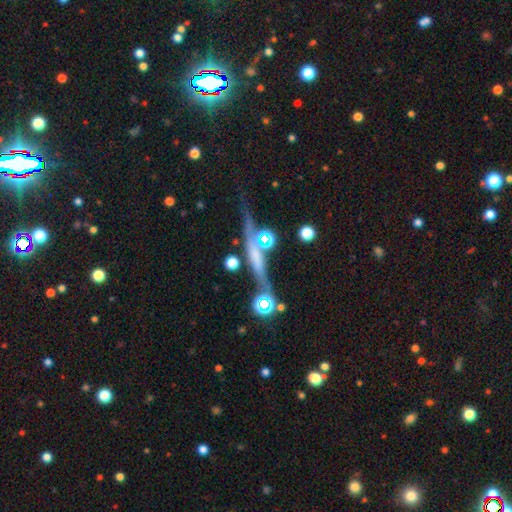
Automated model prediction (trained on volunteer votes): The model was most divided on "edge-on bulge": none: 47%, rounded: 30%, boxy: 22%. More confident: edge-on disk — yes (85%); smooth or featured — featured or disk (60%); merging — none (59%).